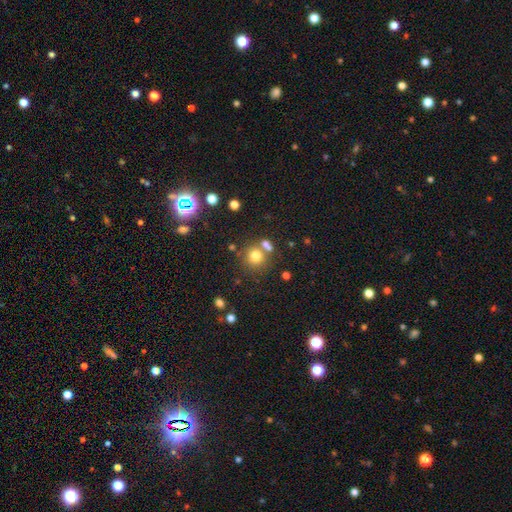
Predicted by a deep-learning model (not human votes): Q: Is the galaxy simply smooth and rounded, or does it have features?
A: smooth — 74%.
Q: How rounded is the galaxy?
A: round — 89%.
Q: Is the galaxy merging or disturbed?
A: none — 64%.